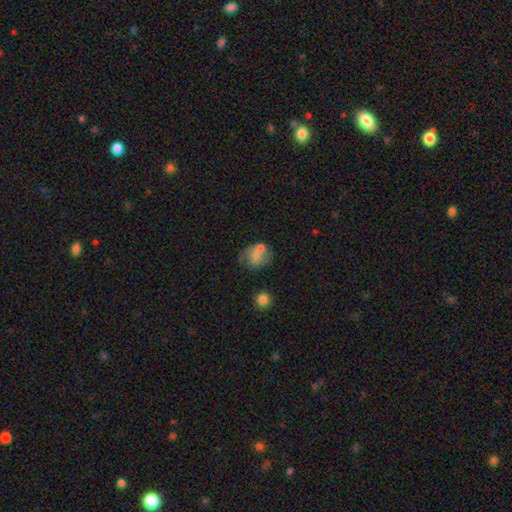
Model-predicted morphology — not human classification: This appears to be a smooth galaxy with no disk features (61%) that is in between round and cigar-shaped (52%). Merging: none (39%).